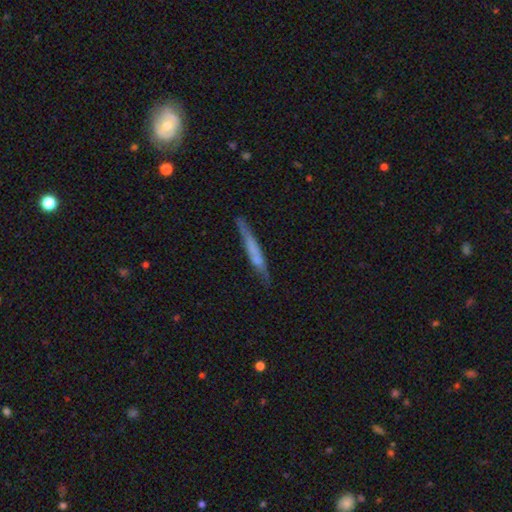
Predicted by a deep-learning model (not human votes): A smooth galaxy with no disk features (47%).

Vote fractions:
- Smooth or featured? smooth: 47% / featured or disk: 46% / star or artifact: 7%
- Merging? none: 79% / minor disturbance: 16% / major disturbance: 3% / merger: 2%